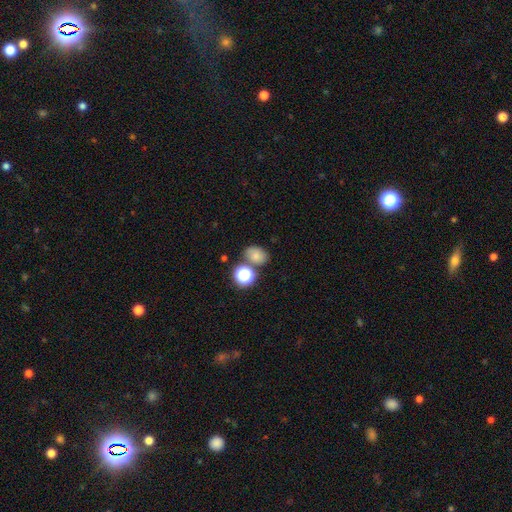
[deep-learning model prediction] A smooth galaxy with no disk features (76%) that is in between round and cigar-shaped (63%).

Vote fractions:
- Smooth or featured? smooth: 76% / star or artifact: 16% / featured or disk: 8%
- How rounded? in between: 63% / round: 36% / cigar-shaped: 1%
- Merging? none: 68% / merger: 15% / minor disturbance: 13% / major disturbance: 4%